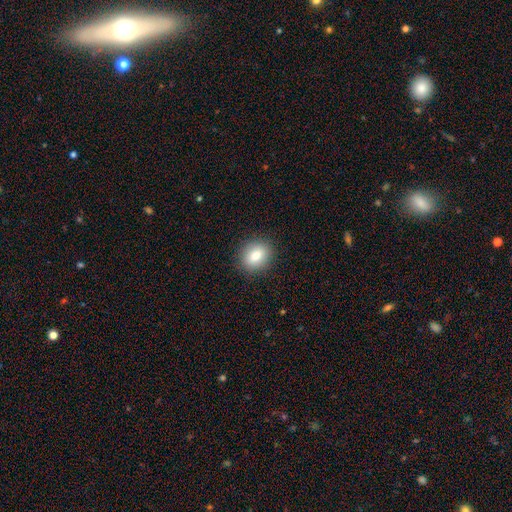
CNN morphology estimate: smooth_or_featured: smooth (p=0.83) [alt: star or artifact p=0.09]
how_rounded: round (p=0.49) [tied with: in between p=0.49]
merging: none (p=0.88) [alt: minor disturbance p=0.08]